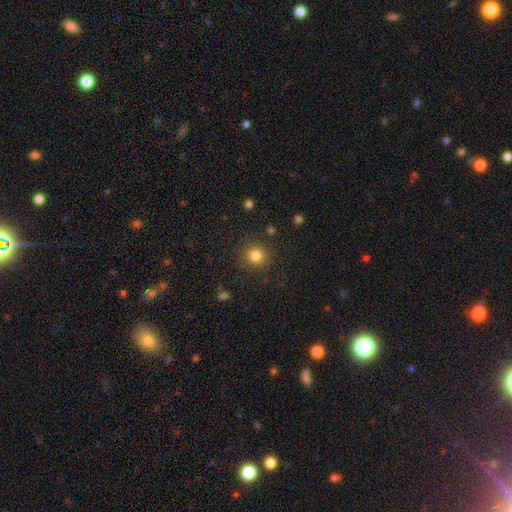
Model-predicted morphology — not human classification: smooth 82%, star or artifact 13%, featured or disk 6%. Down the decision tree: how rounded — round (92%); merging — none (89%).